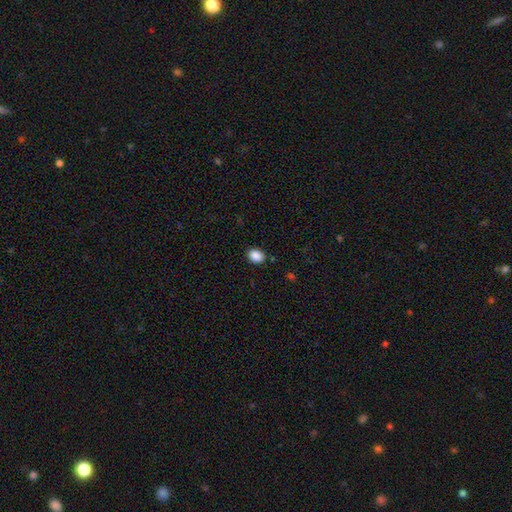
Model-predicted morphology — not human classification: Overall: smooth (89%). How rounded: in between (62%; round 37%). Merging: none (87%).